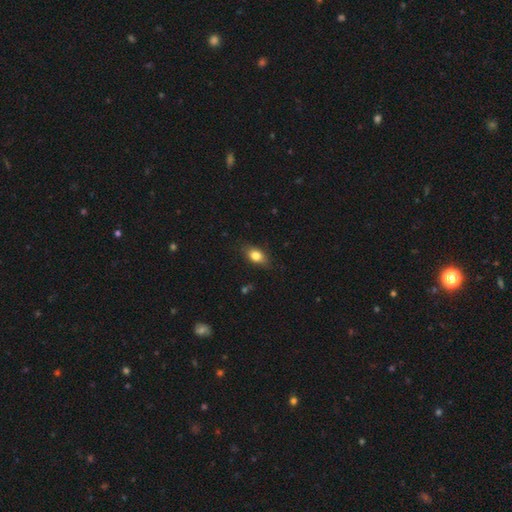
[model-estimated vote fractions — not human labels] Smooth or featured: smooth — 80% (featured or disk — 12%)
How rounded: in between — 80% (round — 15%)
Merging: none — 81% (minor disturbance — 15%)